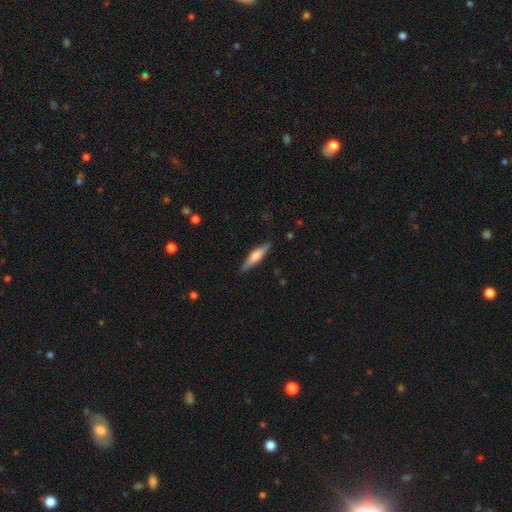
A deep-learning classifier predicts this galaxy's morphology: The model was most divided on "smooth or featured": smooth: 52%, featured or disk: 43%, star or artifact: 6%. More confident: merging — none (88%); how rounded — cigar-shaped (80%).